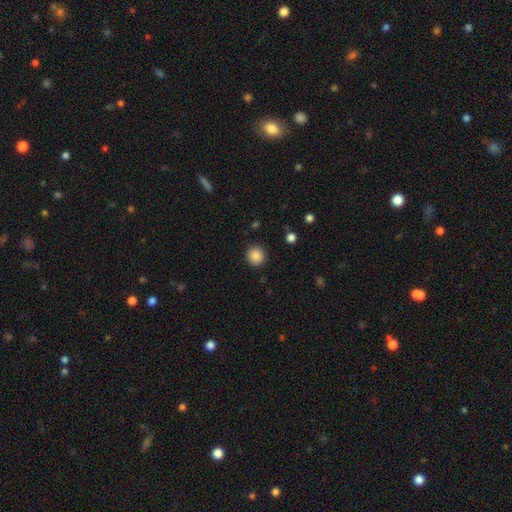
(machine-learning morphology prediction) Q: Smooth or featured?
A: smooth (87%); runner-up: star or artifact (9%)
Q: How rounded?
A: round (91%); runner-up: in between (8%)
Q: Merging?
A: none (90%); runner-up: minor disturbance (6%)